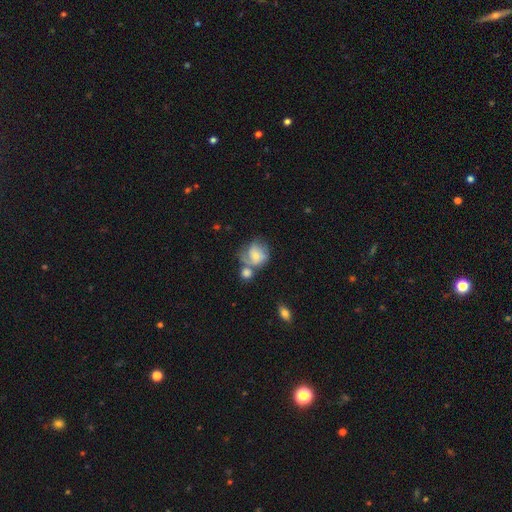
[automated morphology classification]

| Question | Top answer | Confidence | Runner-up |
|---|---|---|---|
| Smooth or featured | smooth | 46% | tied: featured or disk (46%) |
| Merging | merger | 34% | none (31%) |